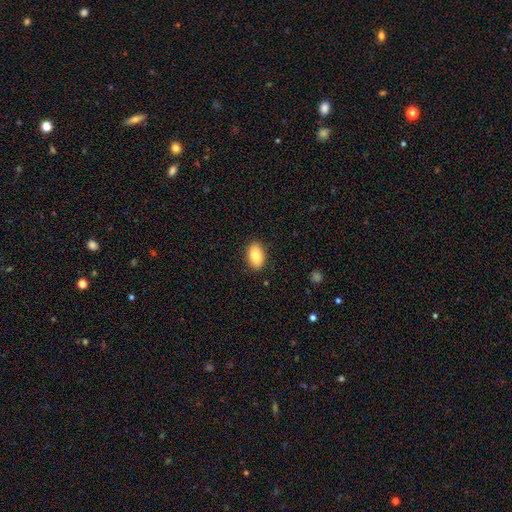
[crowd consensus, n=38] Smooth or featured? smooth (63%)
How rounded? in between (79%)
Merging? none (86%)